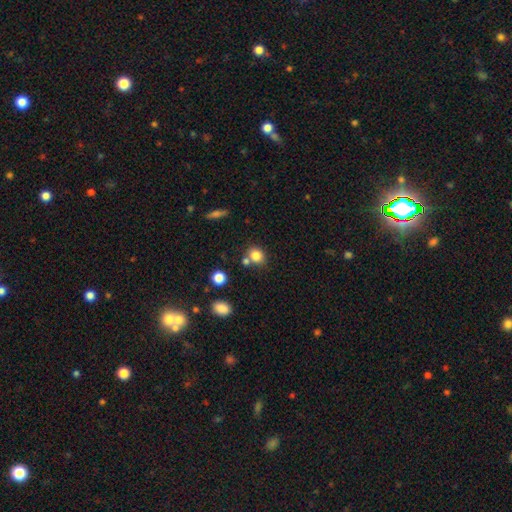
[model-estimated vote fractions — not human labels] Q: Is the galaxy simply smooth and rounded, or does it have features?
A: smooth — 82%.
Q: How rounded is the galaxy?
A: round — 69%.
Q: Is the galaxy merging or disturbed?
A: none — 63%.